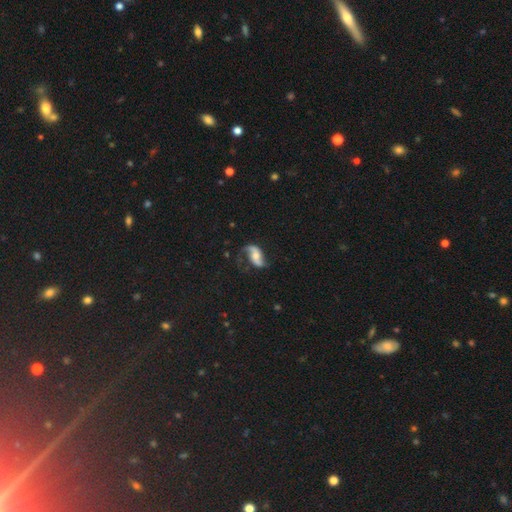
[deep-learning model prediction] smooth-or-featured: featured or disk: 78% | smooth: 15% | star or artifact: 7%
  disk-edge-on: no: 96% | yes: 4%
    bar: no: 52% | weak: 30% | strong: 17%
    has-spiral-arms: yes: 93% | no: 7%
      spiral-winding: loose: 67% | medium: 25% | tight: 8%
      spiral-arm-count: 2: 84% | 1: 9% | can't tell: 3% | 3: 1% | 4: 1% | more than 4: 1%
    bulge-size: moderate: 52% | small: 33% | large: 8% | none: 5% | dominant: 2%
  merging: none: 58% | minor disturbance: 21% | major disturbance: 18% | merger: 2%